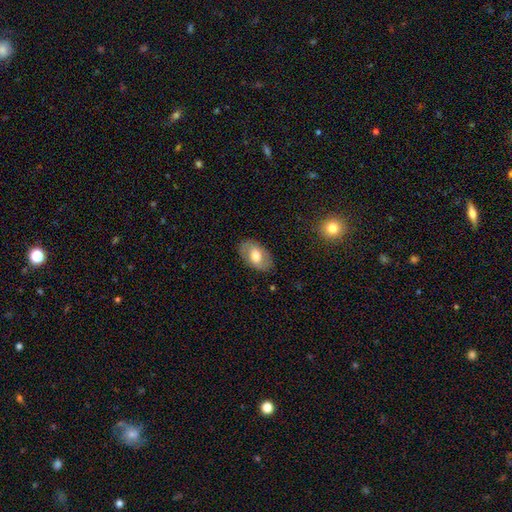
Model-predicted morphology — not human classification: The model was most divided on "smooth or featured": smooth: 59%, featured or disk: 35%, star or artifact: 7%. More confident: how rounded — in between (91%); merging — none (81%).